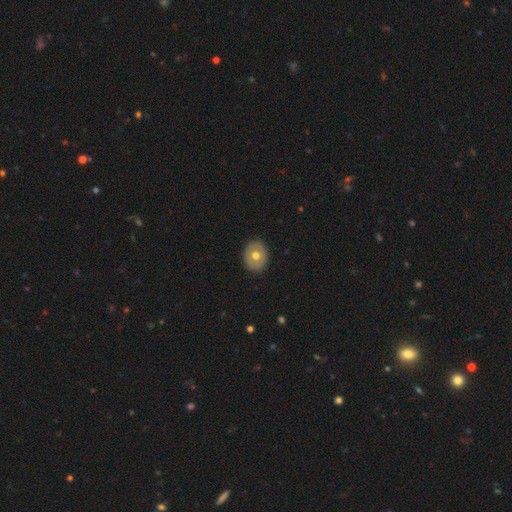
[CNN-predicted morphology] Smooth or featured?
  - smooth: 59% *
  - featured or disk: 35%
  - star or artifact: 6%
How rounded?
  - round: 52% *
  - in between: 47%
  - cigar-shaped: 1%
Merging?
  - none: 89% *
  - minor disturbance: 8%
  - major disturbance: 2%
  - merger: 1%